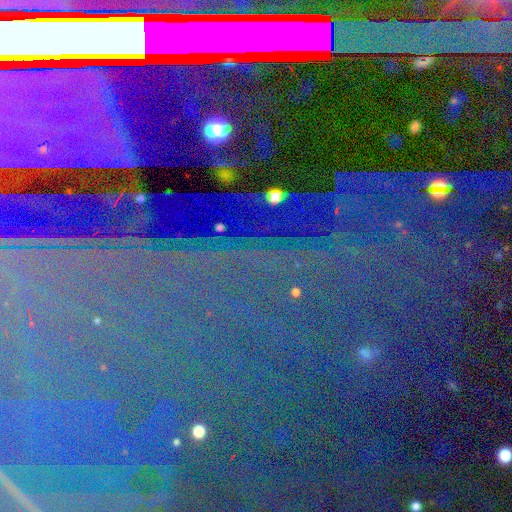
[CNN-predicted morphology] smooth-or-featured: star or artifact: 83% | featured or disk: 9% | smooth: 8%